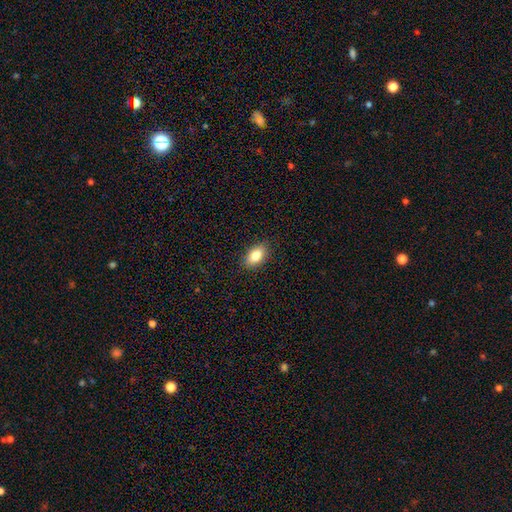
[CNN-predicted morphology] This appears to be a smooth galaxy with no disk features (82%) that is in between round and cigar-shaped (88%). Merging: none (89%).